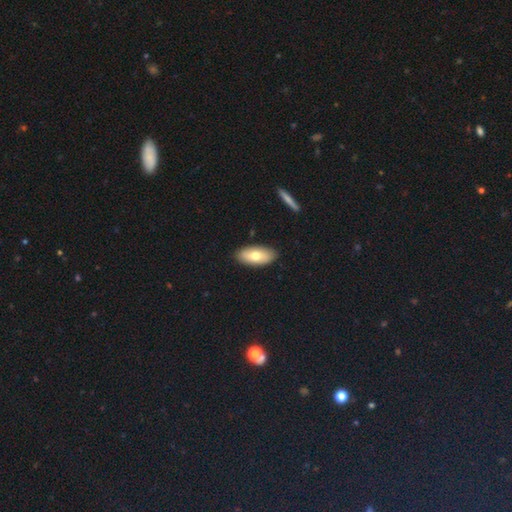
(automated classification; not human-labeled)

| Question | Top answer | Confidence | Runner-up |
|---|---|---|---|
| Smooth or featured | smooth | 71% | featured or disk (24%) |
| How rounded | in between | 91% | cigar-shaped (7%) |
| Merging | none | 88% | minor disturbance (8%) |